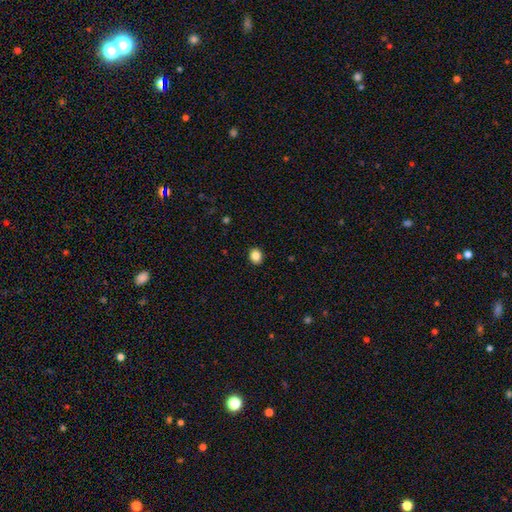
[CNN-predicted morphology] Smooth or featured?
  - smooth: 86% *
  - star or artifact: 10%
  - featured or disk: 5%
How rounded?
  - round: 63% *
  - in between: 36%
  - cigar-shaped: 1%
Merging?
  - none: 91% *
  - minor disturbance: 6%
  - major disturbance: 2%
  - merger: 1%